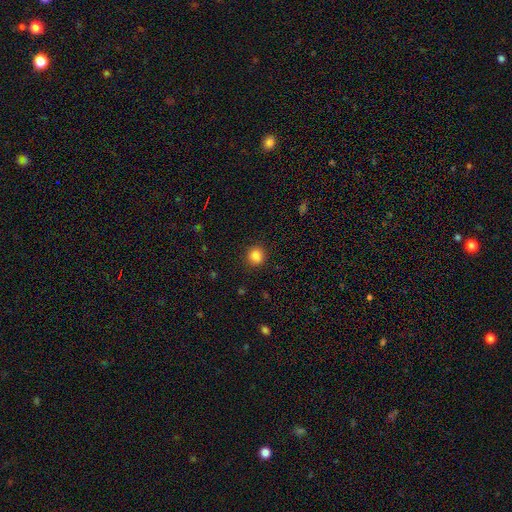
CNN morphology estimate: The model was most divided on "smooth or featured": smooth: 85%, star or artifact: 11%, featured or disk: 4%. More confident: merging — none (89%); how rounded — round (87%).